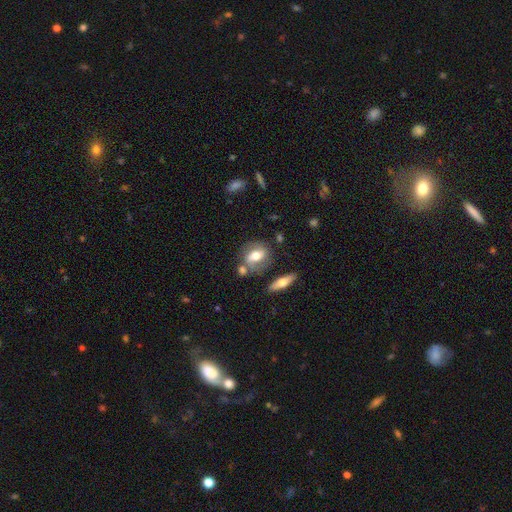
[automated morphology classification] smooth 49%, featured or disk 43%, star or artifact 8%. Down the decision tree: merging — none (61%).